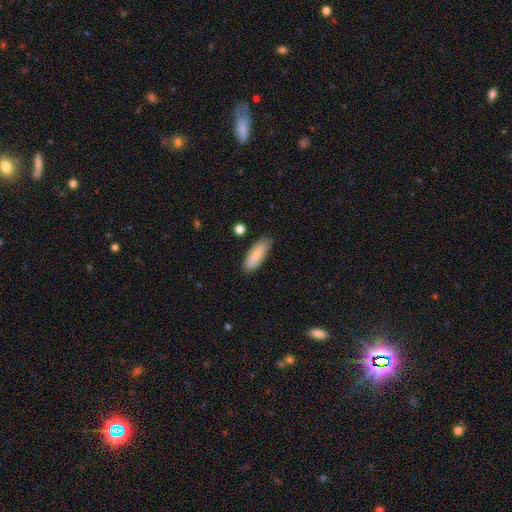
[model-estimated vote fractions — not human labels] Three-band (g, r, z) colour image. It shows a smooth galaxy with no disk features (84%) that is in between round and cigar-shaped (65%). Merging: none (83%).